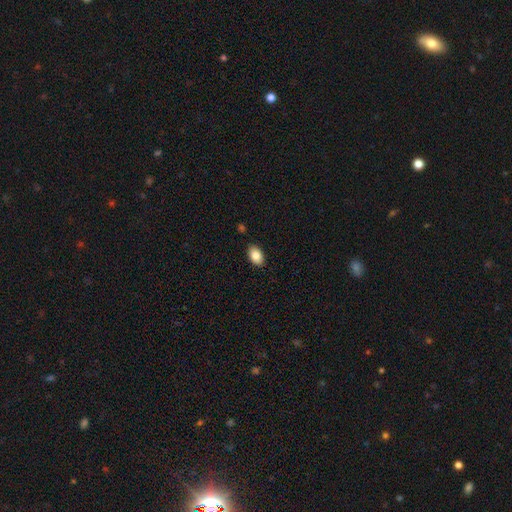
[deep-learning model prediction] Q: Smooth or featured?
A: smooth (85%); runner-up: star or artifact (8%)
Q: How rounded?
A: in between (90%); runner-up: round (8%)
Q: Merging?
A: none (87%); runner-up: minor disturbance (10%)